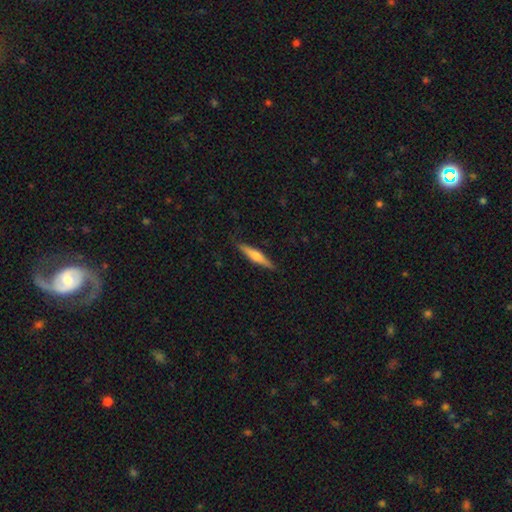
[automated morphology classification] smooth-or-featured: featured or disk: 48% | smooth: 46% | star or artifact: 6%
  merging: none: 87% | minor disturbance: 10% | major disturbance: 2% | merger: 1%